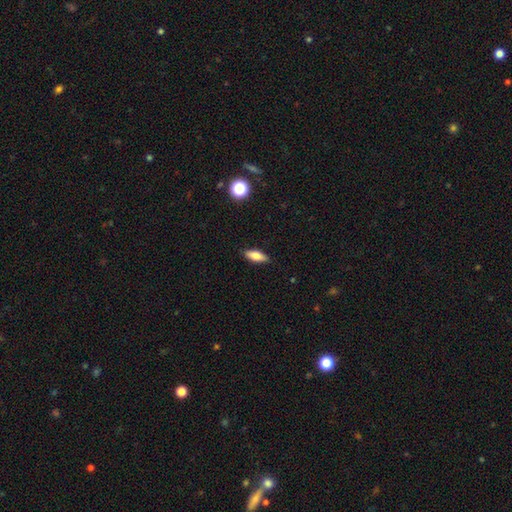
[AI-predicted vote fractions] Smooth or featured: smooth — 75% (featured or disk — 18%)
How rounded: in between — 69% (cigar-shaped — 28%)
Merging: none — 87% (minor disturbance — 10%)